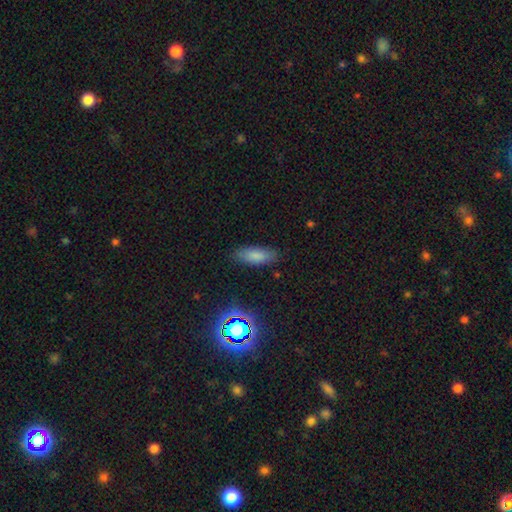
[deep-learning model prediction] A smooth galaxy with no disk features (79%) that is in between round and cigar-shaped (68%). Merging: none (84%).